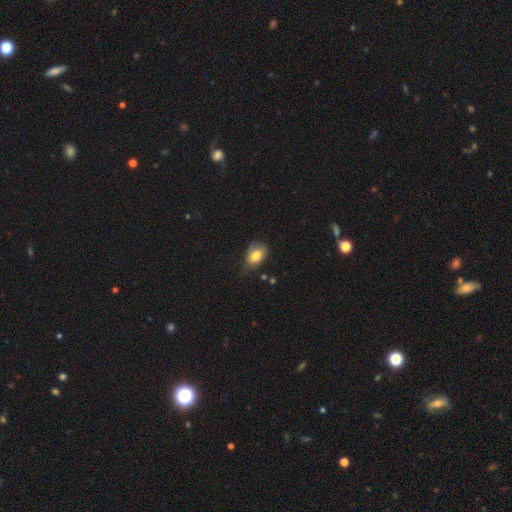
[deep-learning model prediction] The model was most divided on "merging": none: 51%, minor disturbance: 38%, major disturbance: 9%, merger: 2%. More confident: how rounded — in between (80%); smooth or featured — smooth (78%).